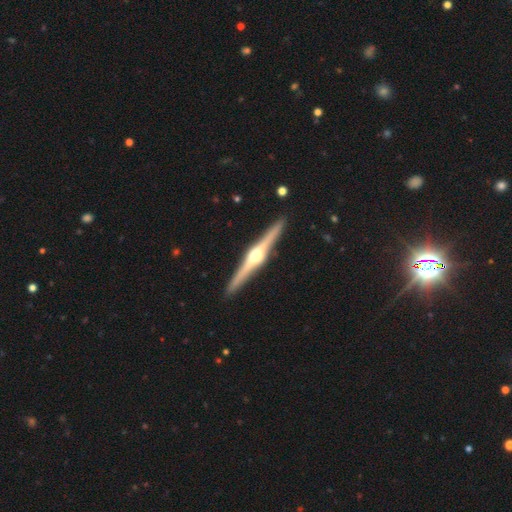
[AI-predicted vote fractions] Smooth or featured? featured or disk (84%)
Edge-on disk? yes (98%)
Edge-on bulge? rounded (95%)
Merging? none (92%)